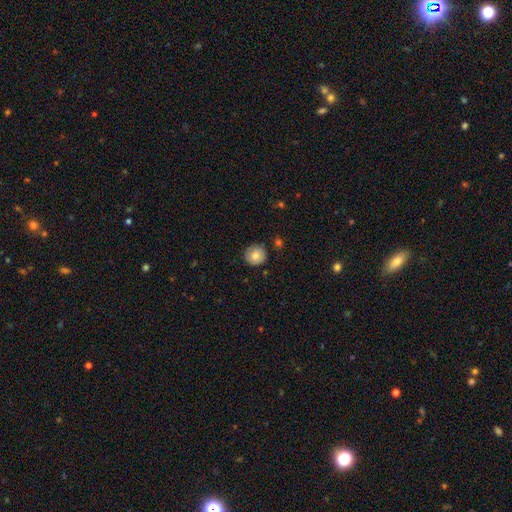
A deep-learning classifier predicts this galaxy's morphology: smooth-or-featured: smooth: 84% | star or artifact: 8% | featured or disk: 8%
  how-rounded: round: 91% | in between: 8% | cigar-shaped: 1%
  merging: none: 87% | minor disturbance: 9% | major disturbance: 2% | merger: 2%